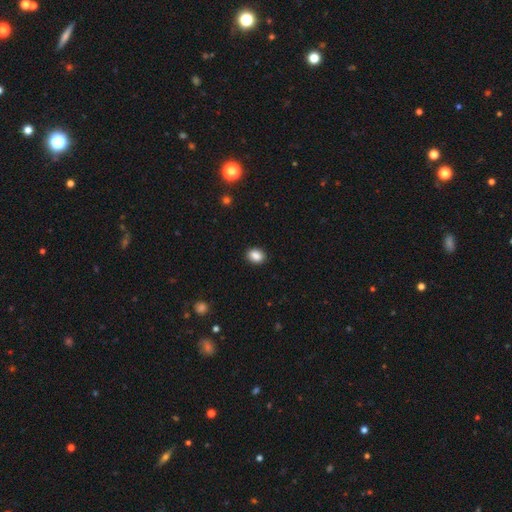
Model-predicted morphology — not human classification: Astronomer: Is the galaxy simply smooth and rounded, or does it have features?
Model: smooth — 88%.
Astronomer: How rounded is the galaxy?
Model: in between — 59% (runner-up: round, 39%).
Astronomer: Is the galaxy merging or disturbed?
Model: none — 91%.